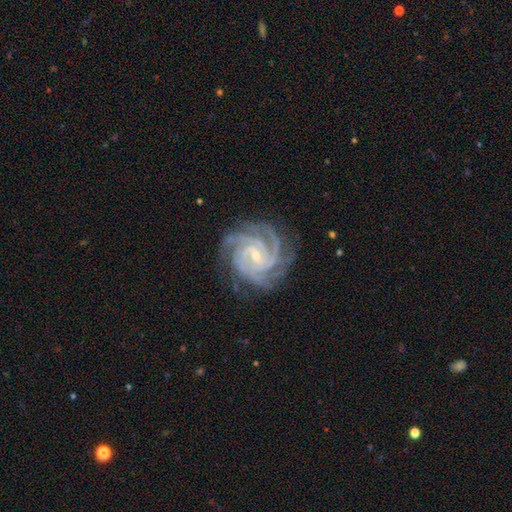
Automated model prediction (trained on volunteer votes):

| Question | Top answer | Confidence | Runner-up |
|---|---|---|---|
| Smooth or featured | featured or disk | 92% | star or artifact (5%) |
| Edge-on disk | no | 98% | yes (2%) |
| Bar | weak | 44% | no (37%) |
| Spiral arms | yes | 99% | no (1%) |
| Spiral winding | tight | 78% | medium (20%) |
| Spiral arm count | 4 | 42% | 3 (23%) |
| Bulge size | small | 75% | moderate (21%) |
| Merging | none | 80% | minor disturbance (14%) |